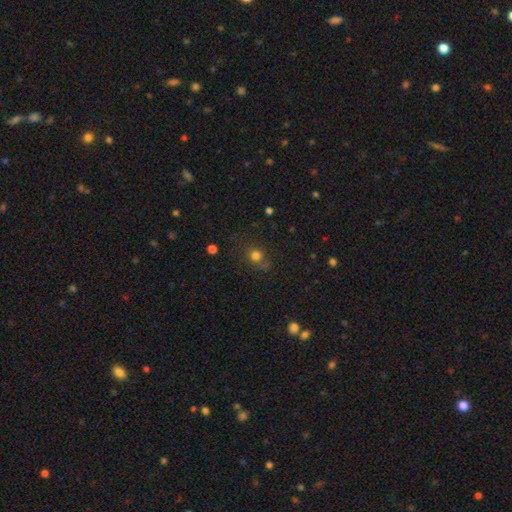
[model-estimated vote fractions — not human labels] Smooth or featured? Predicted: smooth (p=0.74). How rounded? Predicted: round (p=0.85). Merging? Predicted: none (p=0.73).